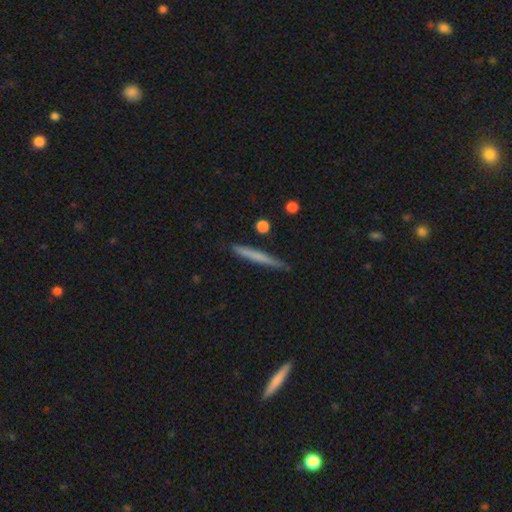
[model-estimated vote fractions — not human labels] This is likely a smooth galaxy (60%). How rounded: clearly cigar-shaped (96%). Merging: clearly none (87%).